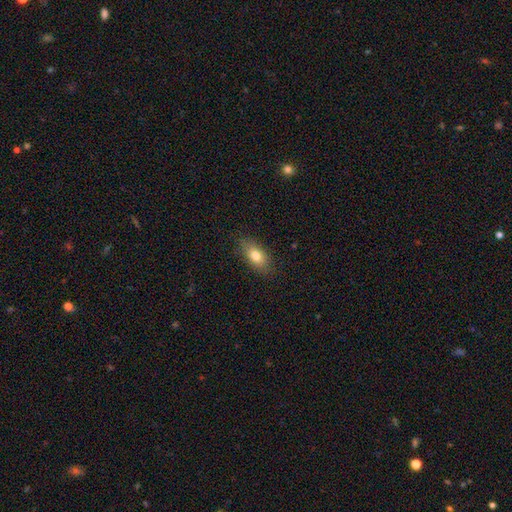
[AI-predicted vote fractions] smooth_or_featured: smooth (p=0.78) [alt: featured or disk p=0.13]
how_rounded: in between (p=0.85) [alt: cigar-shaped p=0.09]
merging: none (p=0.84) [alt: minor disturbance p=0.12]